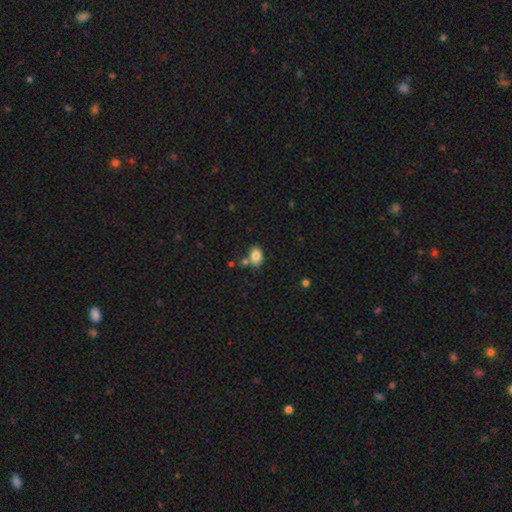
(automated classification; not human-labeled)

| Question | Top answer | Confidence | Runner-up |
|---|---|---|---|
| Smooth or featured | smooth | 84% | star or artifact (9%) |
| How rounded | in between | 79% | round (20%) |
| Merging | none | 66% | merger (16%) |